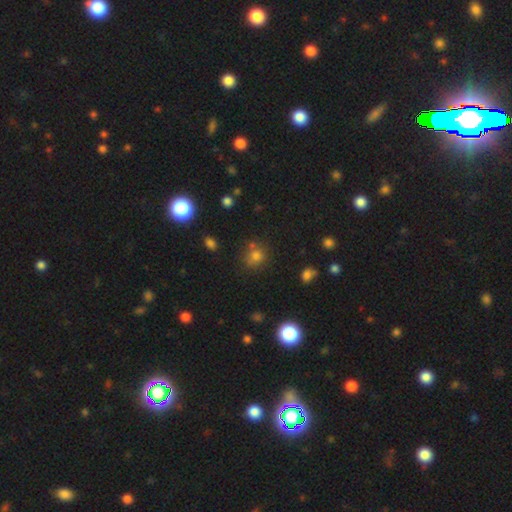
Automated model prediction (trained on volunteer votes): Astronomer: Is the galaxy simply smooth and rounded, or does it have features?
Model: smooth — 72%.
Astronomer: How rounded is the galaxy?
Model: round — 82%.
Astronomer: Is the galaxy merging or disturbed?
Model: none — 66%.